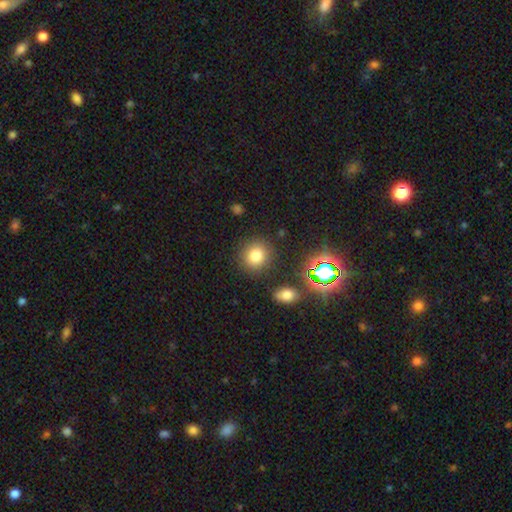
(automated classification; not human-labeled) Smooth or featured? smooth (78%)
How rounded? round (85%)
Merging? none (86%)